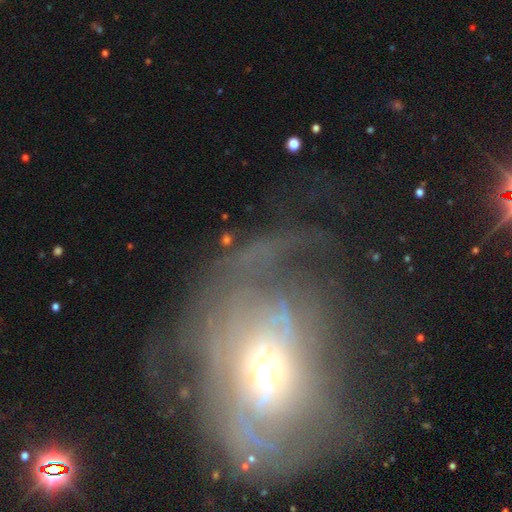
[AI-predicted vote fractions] This is likely a featured or disk galaxy (68%). It is clearly not viewed edge-on (93%). Bar: likely no (69%). Spiral arm pattern: possibly yes (58%). Central bulge: possibly moderate (58%). Merging: marginally none (41%).